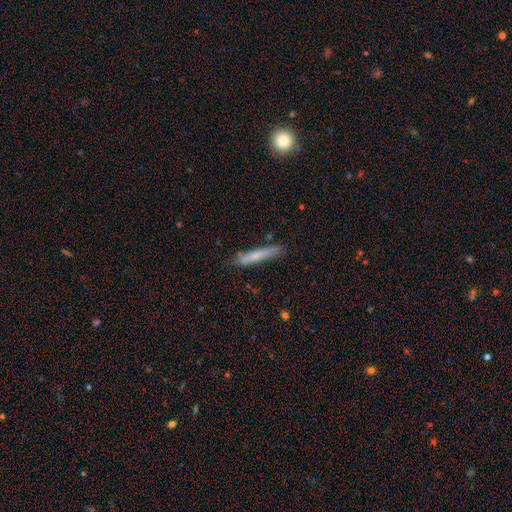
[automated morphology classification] Smooth or featured? smooth (67%)
How rounded? cigar-shaped (94%)
Merging? none (78%)